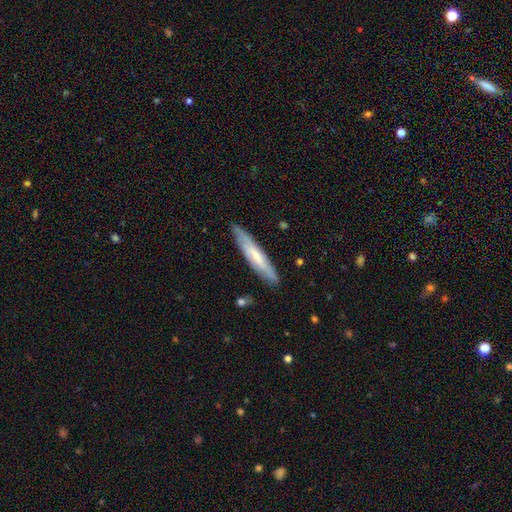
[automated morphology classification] smooth 54%, featured or disk 41%, star or artifact 6%. Down the decision tree: how rounded — cigar-shaped (88%); merging — none (85%).